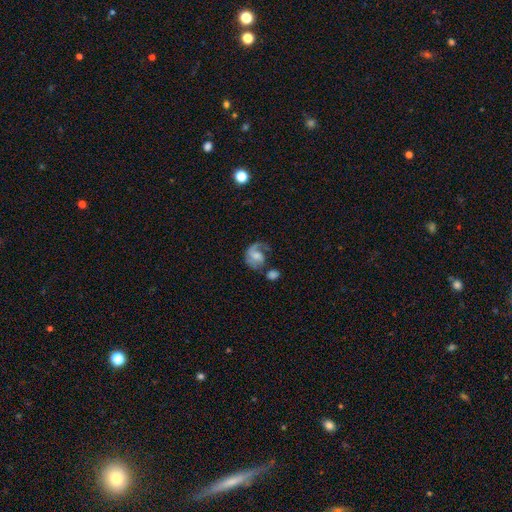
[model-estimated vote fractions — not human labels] The model was most divided on "bar": weak: 44%, no: 43%, strong: 13%. Remaining: edge-on disk — no (97%); spiral arms — yes (86%); smooth or featured — featured or disk (65%); spiral arm count — 1 (46%); spiral winding — medium (44%); bulge size — moderate (38%); merging — none (38%).